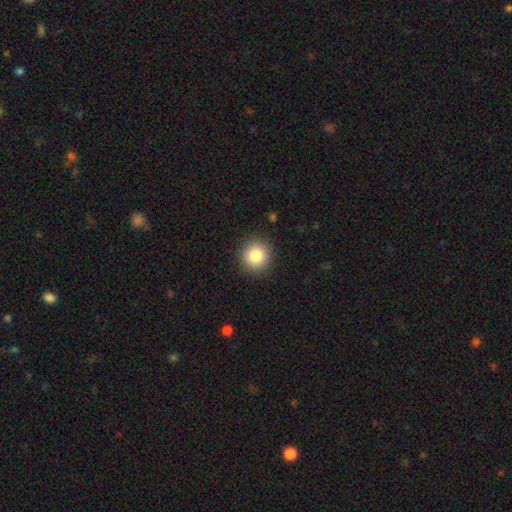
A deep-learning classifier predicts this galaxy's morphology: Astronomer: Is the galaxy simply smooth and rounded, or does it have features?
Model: smooth — 85%.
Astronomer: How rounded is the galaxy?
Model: round — 93%.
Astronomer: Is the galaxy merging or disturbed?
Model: none — 91%.